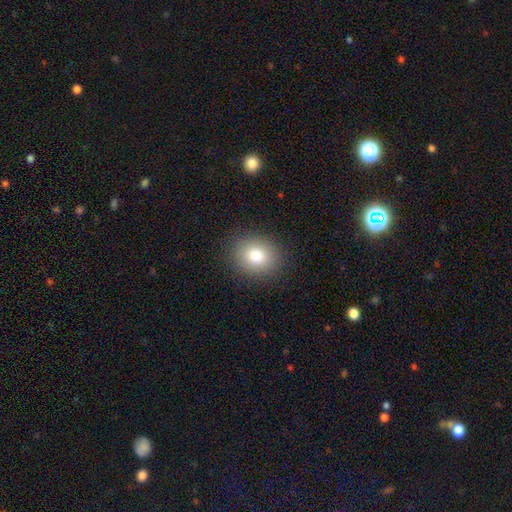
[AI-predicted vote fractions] smooth-or-featured: smooth: 82% | star or artifact: 10% | featured or disk: 8%
  how-rounded: round: 63% | in between: 36% | cigar-shaped: 1%
  merging: none: 89% | minor disturbance: 8% | major disturbance: 3% | merger: 1%